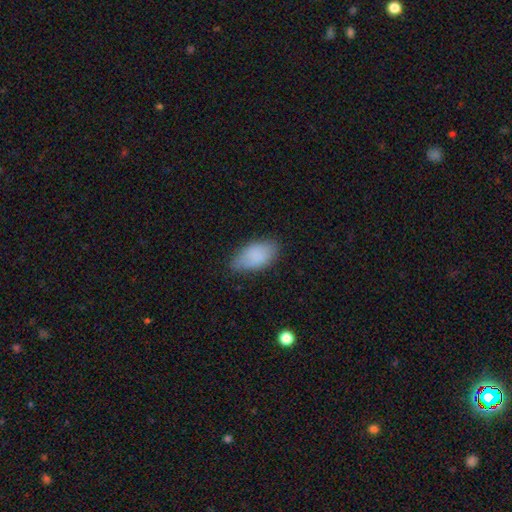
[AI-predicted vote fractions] A smooth galaxy with no disk features (85%) that is in between round and cigar-shaped (94%). Merging: none (70%).